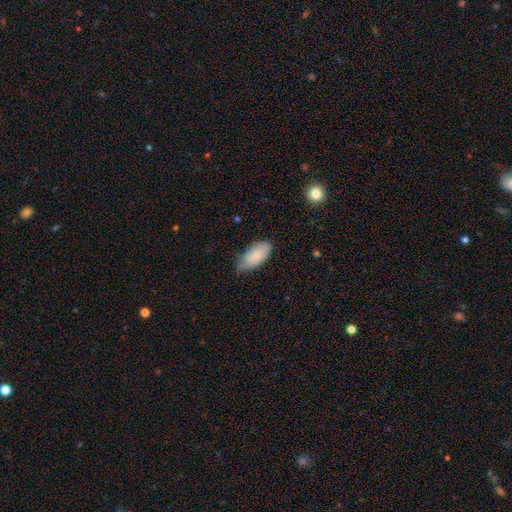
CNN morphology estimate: smooth 81%, featured or disk 13%, star or artifact 6%. Down the decision tree: how rounded — in between (92%); merging — none (50%).